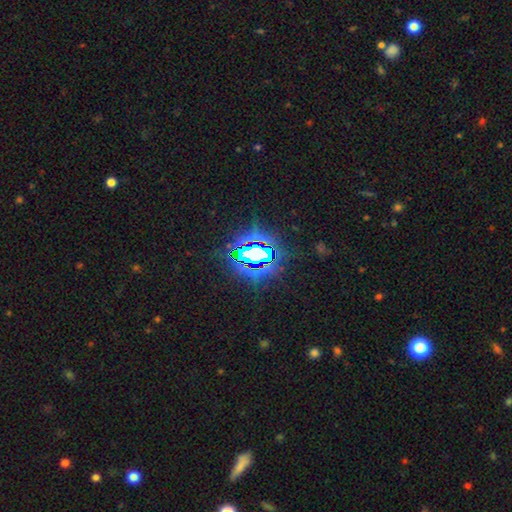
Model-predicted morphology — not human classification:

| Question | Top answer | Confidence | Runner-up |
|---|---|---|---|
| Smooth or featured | star or artifact | 75% | smooth (13%) |